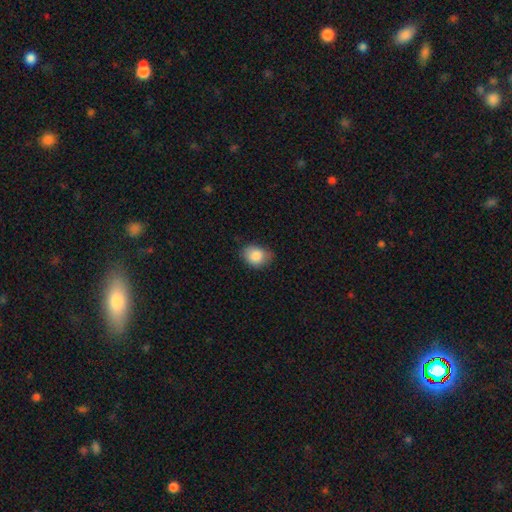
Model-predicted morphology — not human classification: A smooth galaxy with no disk features (86%) that is in between round and cigar-shaped (59%). Merging: none (69%).